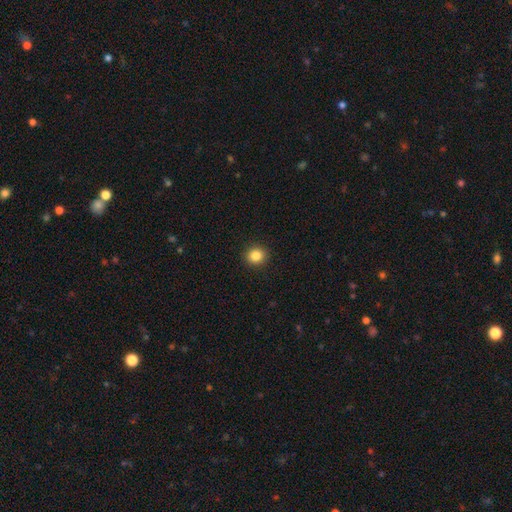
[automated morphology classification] This is clearly a smooth galaxy (85%). How rounded: clearly round (87%). Merging: clearly none (92%).